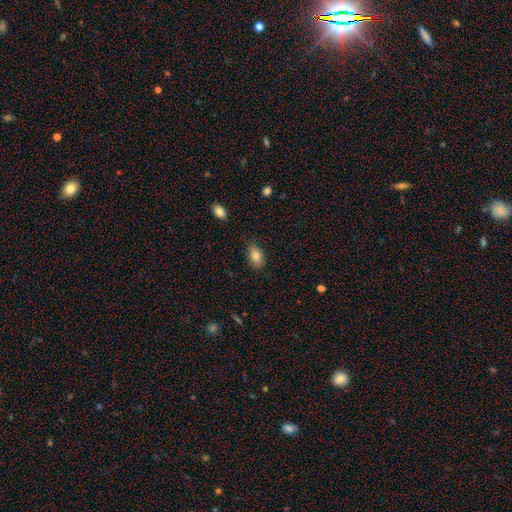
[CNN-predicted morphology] Smooth or featured: smooth — 83% (featured or disk — 10%)
How rounded: in between — 90% (round — 8%)
Merging: none — 85% (minor disturbance — 12%)